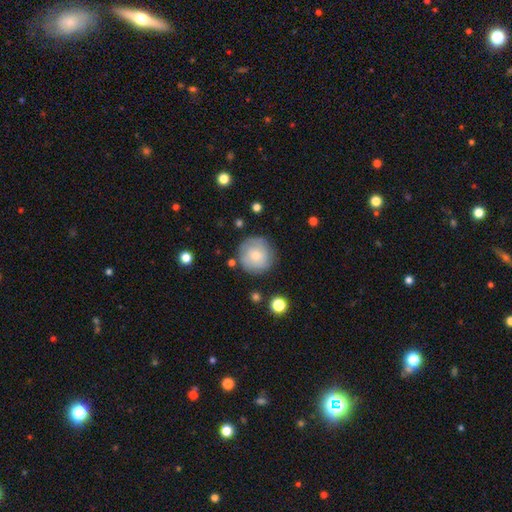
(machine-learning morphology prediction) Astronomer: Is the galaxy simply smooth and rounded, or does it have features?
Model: smooth — 69%.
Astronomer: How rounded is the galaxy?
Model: round — 95%.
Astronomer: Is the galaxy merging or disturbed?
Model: none — 81%.